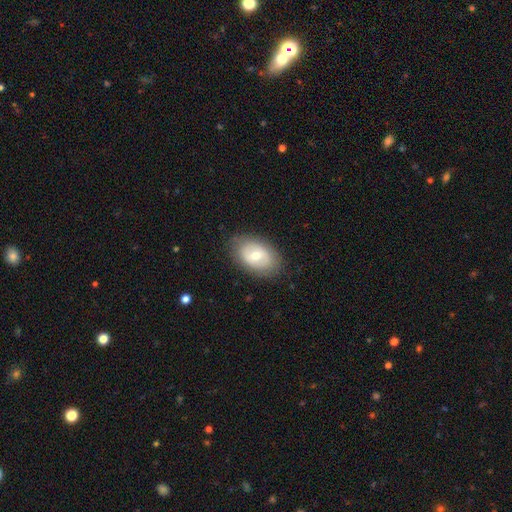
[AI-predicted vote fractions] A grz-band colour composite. It shows a smooth galaxy with no disk features (56%) that is in between round and cigar-shaped (85%). Merging: none (83%).